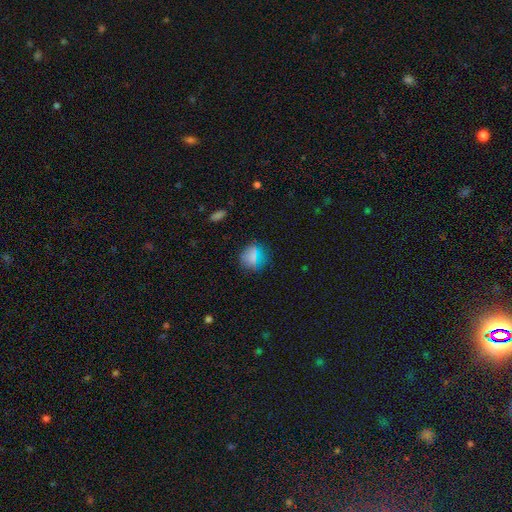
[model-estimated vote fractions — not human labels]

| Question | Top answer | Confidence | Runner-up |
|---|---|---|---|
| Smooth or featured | smooth | 70% | star or artifact (18%) |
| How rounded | round | 67% | in between (28%) |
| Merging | none | 78% | minor disturbance (14%) |